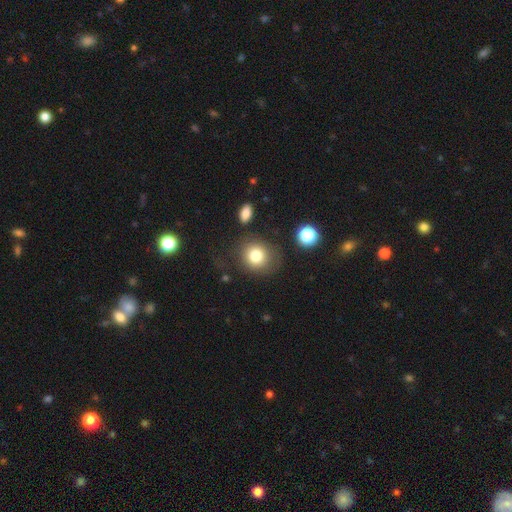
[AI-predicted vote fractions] A smooth galaxy with no disk features (80%) that is round (82%). Merging: none (74%).